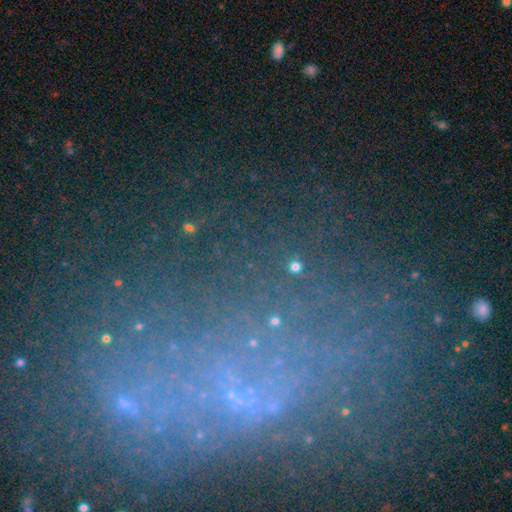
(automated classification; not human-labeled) This is likely a star or artifact rather than a galaxy (62%).